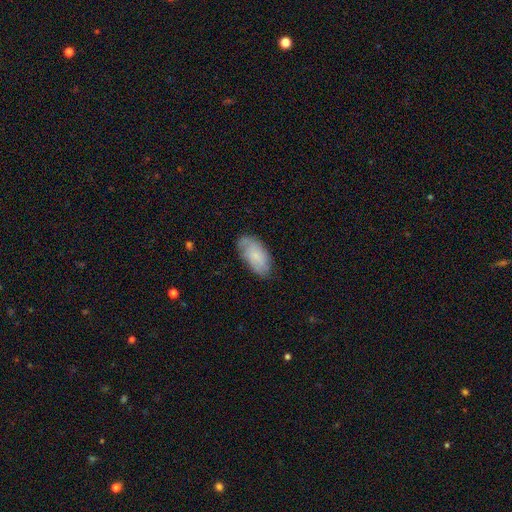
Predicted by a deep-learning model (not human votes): The model was most divided on "merging": none: 69%, minor disturbance: 24%, major disturbance: 6%, merger: 1%. More confident: how rounded — in between (94%); smooth or featured — smooth (69%).